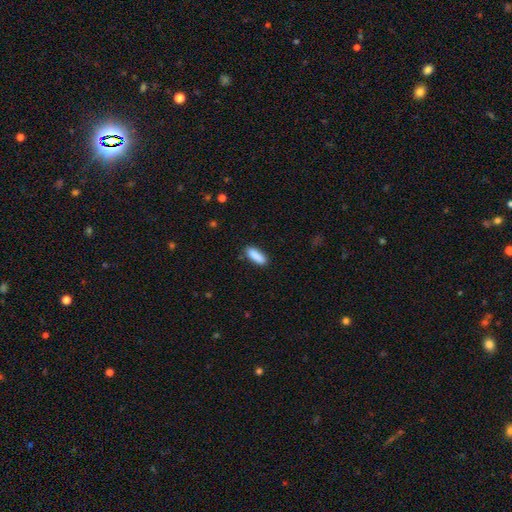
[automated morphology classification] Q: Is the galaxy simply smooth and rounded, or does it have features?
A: smooth — 89%.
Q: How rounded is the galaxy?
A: in between — 59%.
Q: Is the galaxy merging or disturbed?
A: none — 84%.